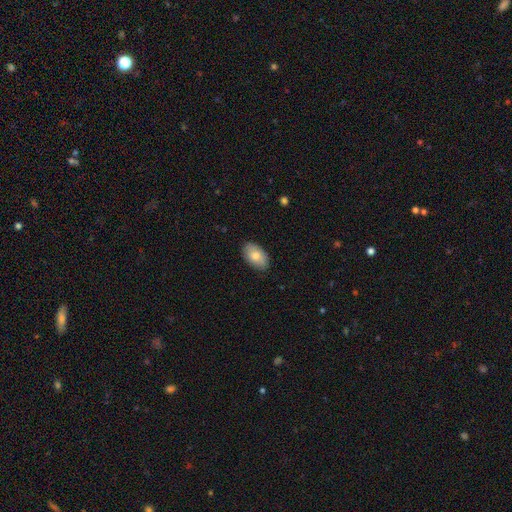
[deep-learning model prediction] Smooth or featured: smooth — 81% (featured or disk — 13%)
How rounded: in between — 94% (round — 5%)
Merging: none — 86% (minor disturbance — 11%)